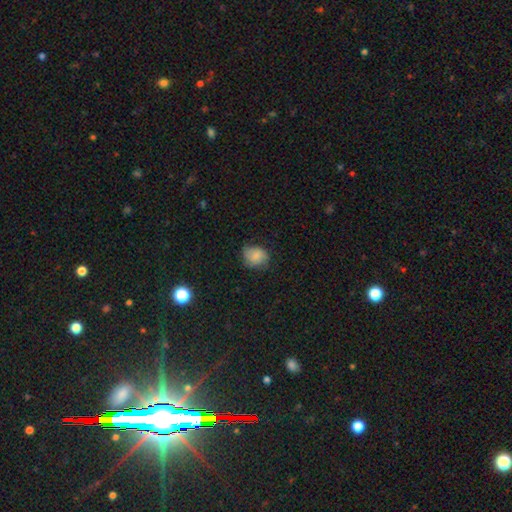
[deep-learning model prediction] Smooth or featured? smooth (72%)
How rounded? round (59%)
Merging? none (61%)